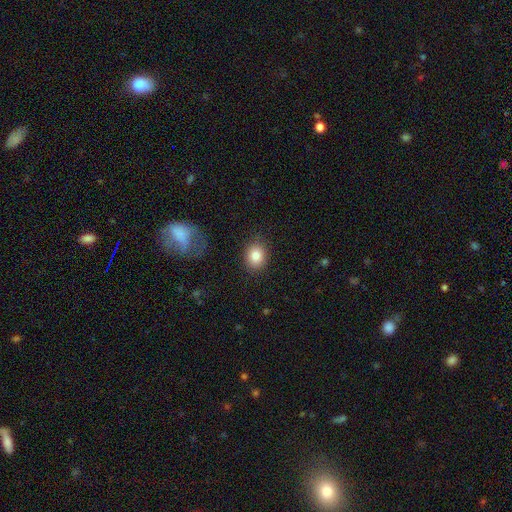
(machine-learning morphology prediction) A smooth galaxy with no disk features (84%) that is round (56%). Merging: none (84%).